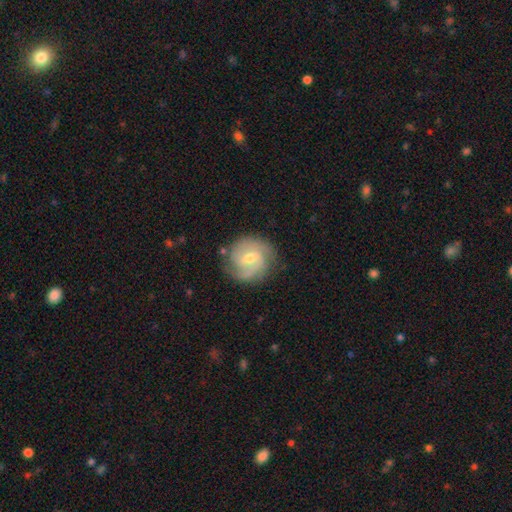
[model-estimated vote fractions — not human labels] This is clearly a featured or disk galaxy (83%). It is clearly not viewed edge-on (98%). Bar: possibly weak (56%). Spiral arm pattern: clearly yes (96%). Spiral arm count: possibly 2 (56%). Spiral winding: possibly tight (47%). Central bulge: possibly moderate (59%). Merging: likely none (79%).